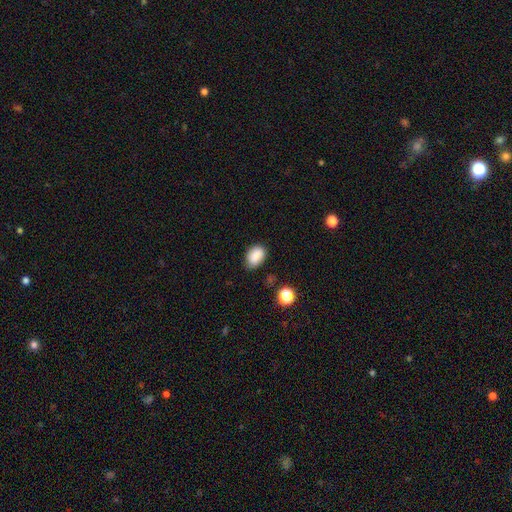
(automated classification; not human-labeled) A smooth galaxy with no disk features (86%) that is in between round and cigar-shaped (82%). Merging: none (72%).